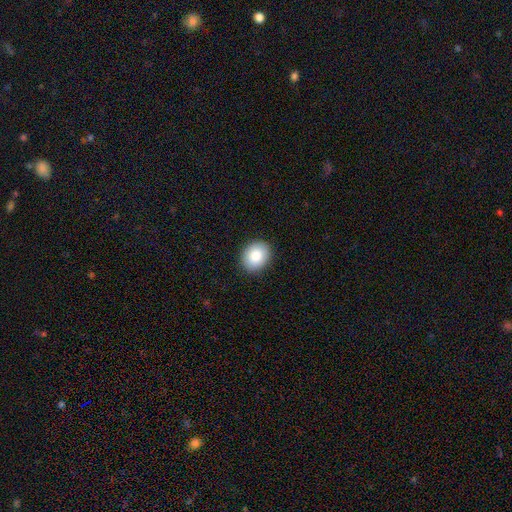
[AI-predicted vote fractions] Smooth or featured? Predicted: smooth (p=0.85). How rounded? Predicted: round (p=0.56). Merging? Predicted: none (p=0.90).